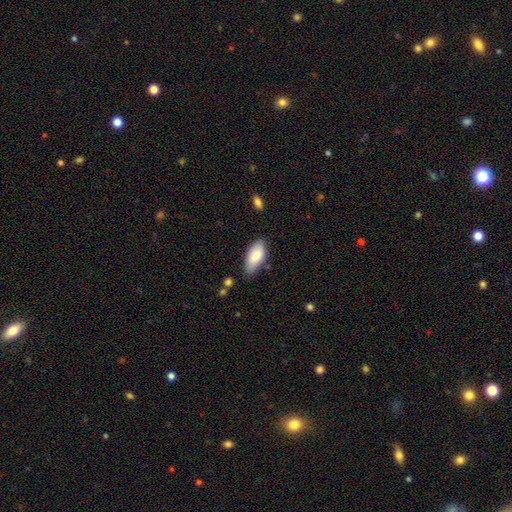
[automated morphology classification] Smooth or featured? Predicted: smooth (p=0.83). How rounded? Predicted: in between (p=0.90). Merging? Predicted: none (p=0.71).